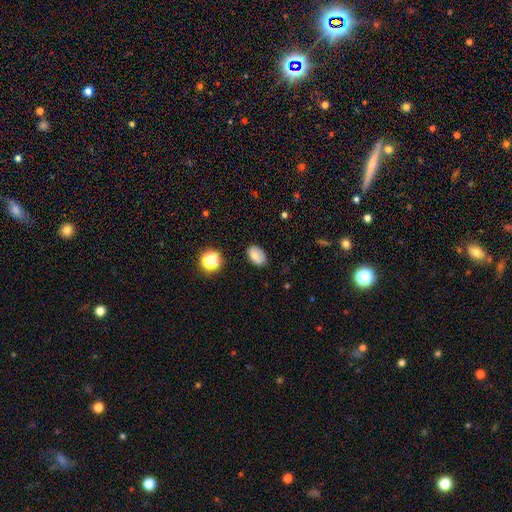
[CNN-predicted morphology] type=smooth (82%); roundness=in between (88%); merging=none (83%).